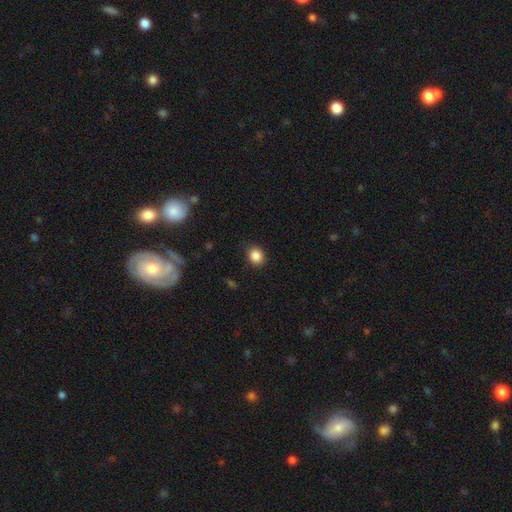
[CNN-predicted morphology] This is clearly a smooth galaxy (87%). How rounded: likely round (69%). Merging: clearly none (85%).